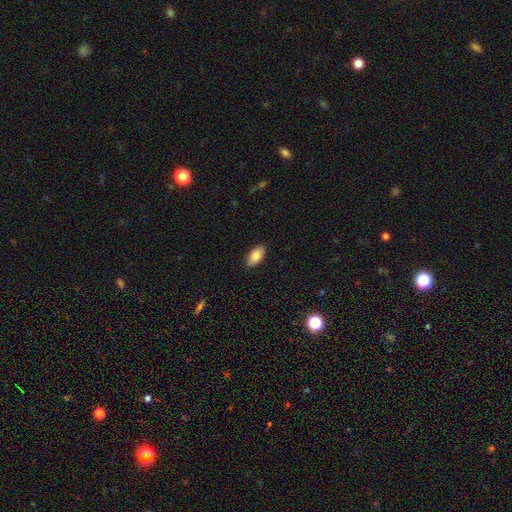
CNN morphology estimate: Q: Smooth or featured?
A: smooth (85%); runner-up: featured or disk (8%)
Q: How rounded?
A: in between (92%); runner-up: cigar-shaped (5%)
Q: Merging?
A: none (88%); runner-up: minor disturbance (9%)